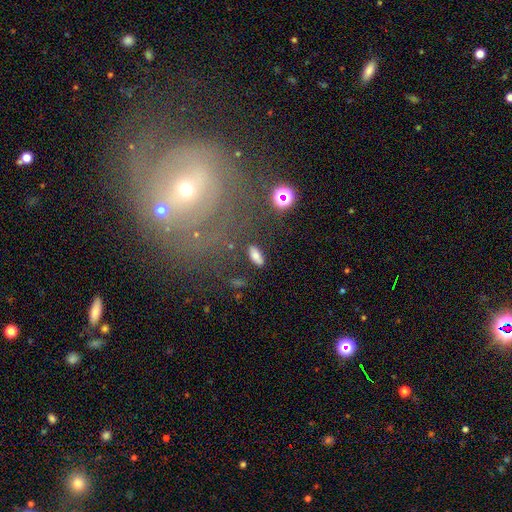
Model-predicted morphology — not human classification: A smooth galaxy with no disk features (74%) that is in between round and cigar-shaped (79%). Merging: none (83%).